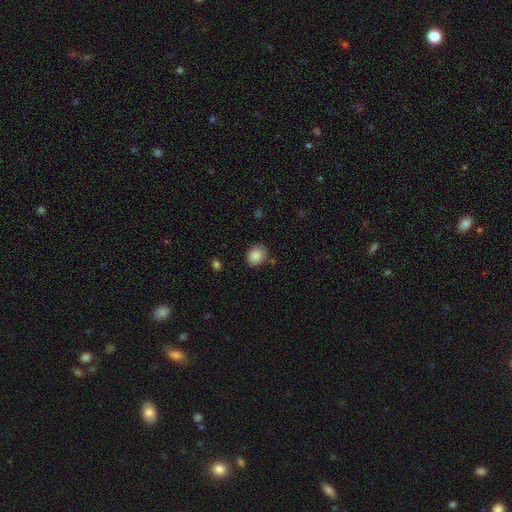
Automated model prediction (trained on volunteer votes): Smooth or featured: smooth — 87% (star or artifact — 8%)
How rounded: round — 59% (in between — 40%)
Merging: none — 79% (minor disturbance — 15%)